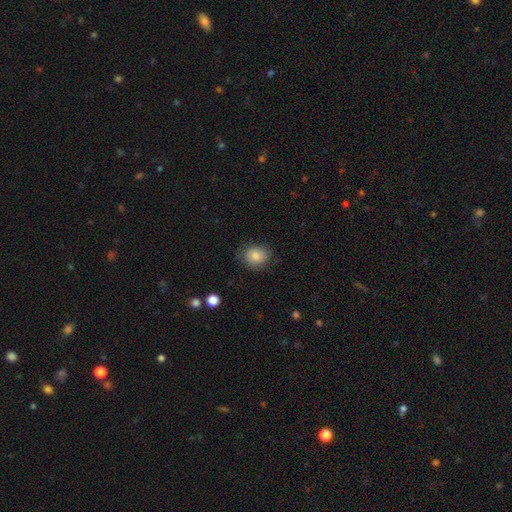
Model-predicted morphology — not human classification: A smooth galaxy with no disk features (82%) that is round (61%). Merging: none (75%).